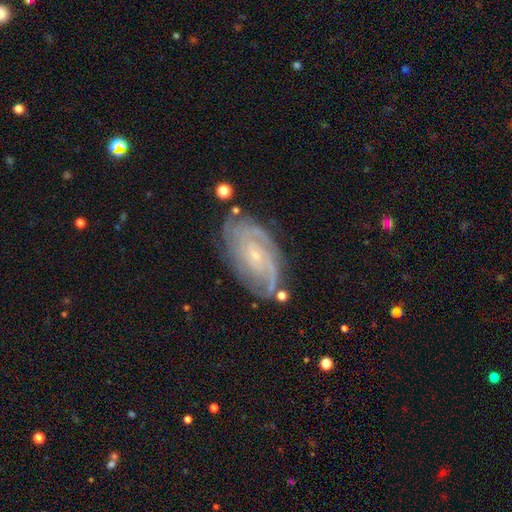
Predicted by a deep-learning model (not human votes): This is clearly a featured or disk galaxy (83%). It is clearly not viewed edge-on (95%). Bar: likely no (68%). Spiral arm pattern: clearly yes (96%). Spiral arm count: marginally can't tell (31%). Spiral winding: likely tight (67%). Central bulge: clearly small (81%). Merging: likely none (73%).